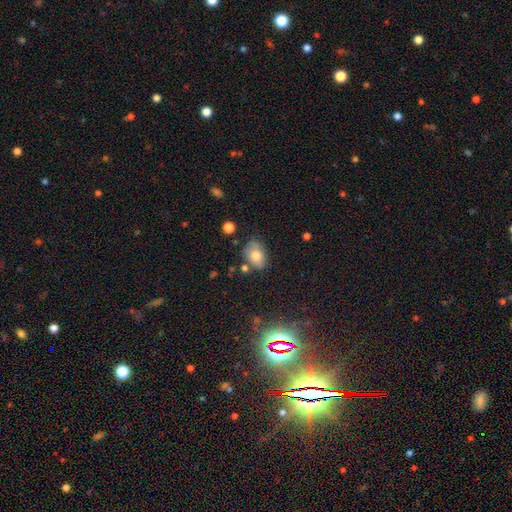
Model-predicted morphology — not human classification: A smooth galaxy with no disk features (77%) that is in between round and cigar-shaped (80%). Merging: none (64%).